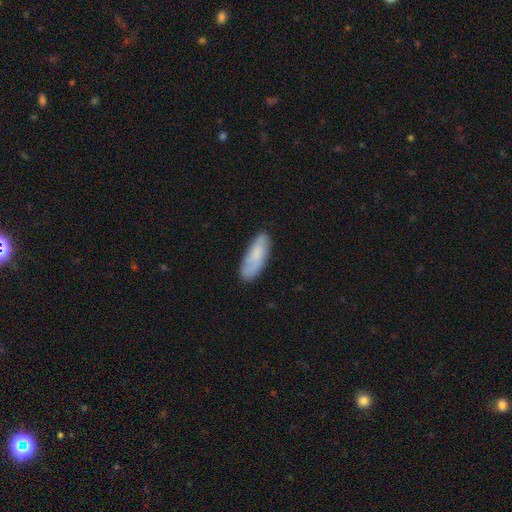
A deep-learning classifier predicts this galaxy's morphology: This appears to be a smooth galaxy with no disk features (75%) that is in between round and cigar-shaped (64%). Merging: none (77%).